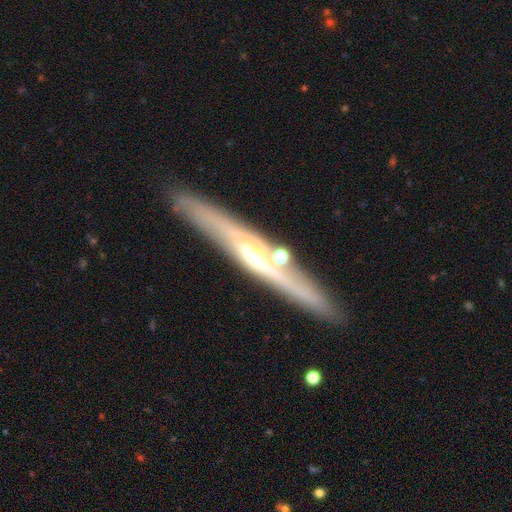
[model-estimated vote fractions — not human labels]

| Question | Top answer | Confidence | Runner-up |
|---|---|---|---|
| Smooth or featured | featured or disk | 75% | smooth (18%) |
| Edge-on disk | yes | 84% | no (16%) |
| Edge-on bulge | rounded | 67% | none (26%) |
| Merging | none | 77% | minor disturbance (11%) |